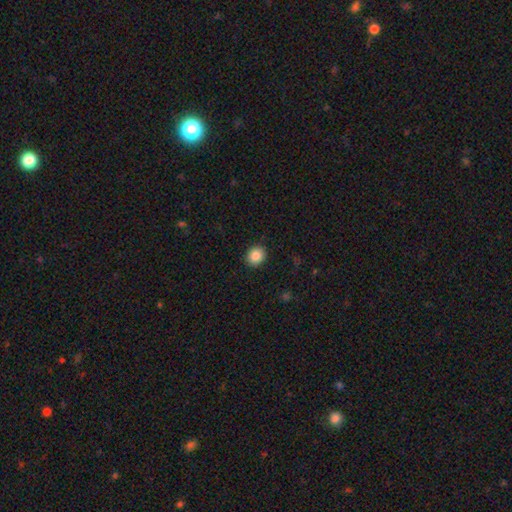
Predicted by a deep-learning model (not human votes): smooth_or_featured: smooth (p=0.86) [alt: star or artifact p=0.09]
how_rounded: round (p=0.75) [alt: in between p=0.25]
merging: none (p=0.91) [alt: minor disturbance p=0.06]